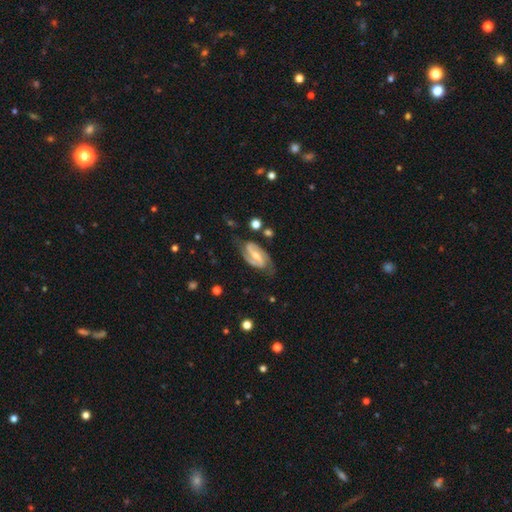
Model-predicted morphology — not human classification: Smooth or featured? featured or disk (90%)
Edge-on disk? no (97%)
Bar? strong (51%)
Spiral arms? yes (97%)
Spiral winding? medium (52%)
Spiral arm count? 2 (93%)
Bulge size? small (53%)
Merging? none (78%)